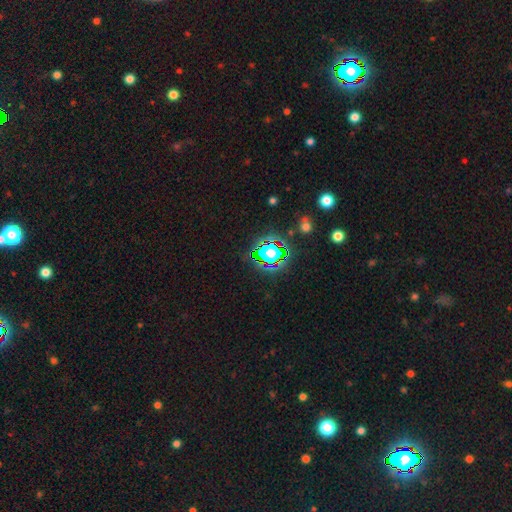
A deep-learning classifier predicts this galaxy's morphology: smooth_or_featured: star or artifact (p=0.81) [alt: smooth p=0.12]